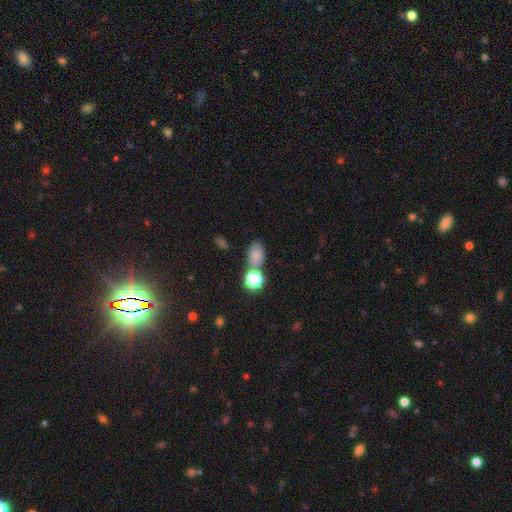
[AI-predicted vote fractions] smooth-or-featured: smooth: 75% | star or artifact: 17% | featured or disk: 8%
  how-rounded: in between: 78% | round: 20% | cigar-shaped: 2%
  merging: none: 61% | merger: 19% | minor disturbance: 15% | major disturbance: 5%